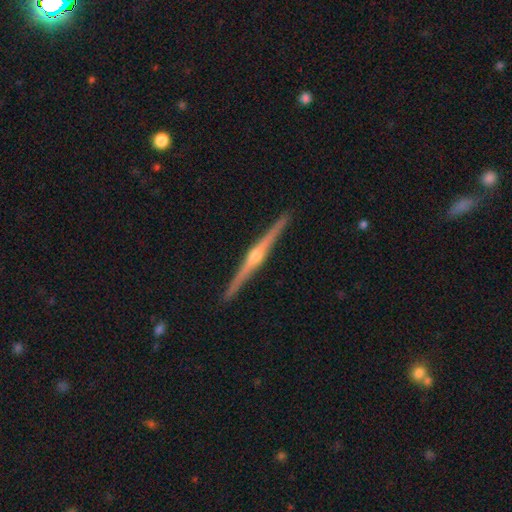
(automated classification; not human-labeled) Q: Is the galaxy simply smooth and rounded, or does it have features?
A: featured or disk — 88%.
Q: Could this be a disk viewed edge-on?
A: yes — 99%.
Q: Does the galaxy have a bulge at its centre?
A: rounded — 91%.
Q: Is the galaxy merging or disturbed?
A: none — 93%.